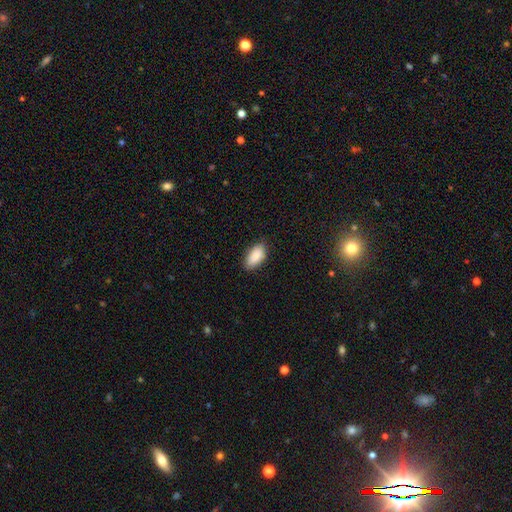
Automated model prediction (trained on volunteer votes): Q: Smooth or featured?
A: smooth (89%); runner-up: star or artifact (6%)
Q: How rounded?
A: in between (92%); runner-up: cigar-shaped (5%)
Q: Merging?
A: none (82%); runner-up: minor disturbance (14%)